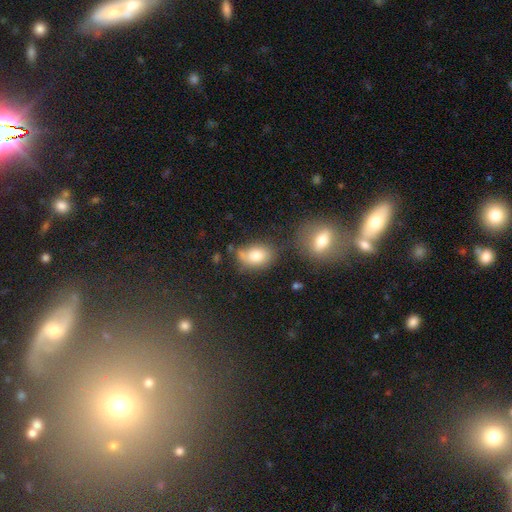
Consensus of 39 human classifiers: smooth-or-featured: smooth: 82% | featured or disk: 10% | star or artifact: 8%
  how-rounded: in between: 88% | round: 12% | cigar-shaped: 0%
  merging: none: 78% | merger: 11% | minor disturbance: 8% | major disturbance: 3%